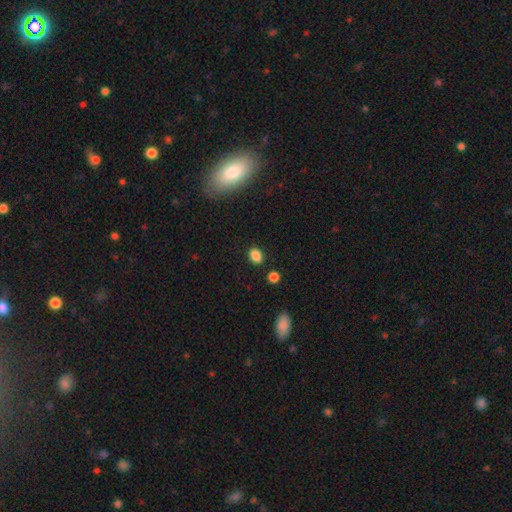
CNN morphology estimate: This appears to be a smooth galaxy with no disk features (85%) that is in between round and cigar-shaped (75%). Merging: none (83%).